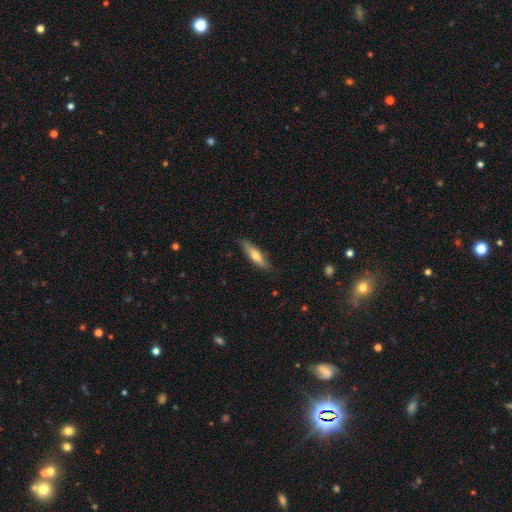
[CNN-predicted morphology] This appears to be a smooth galaxy with no disk features (59%) that is cigar-shaped (70%). Merging: none (83%).